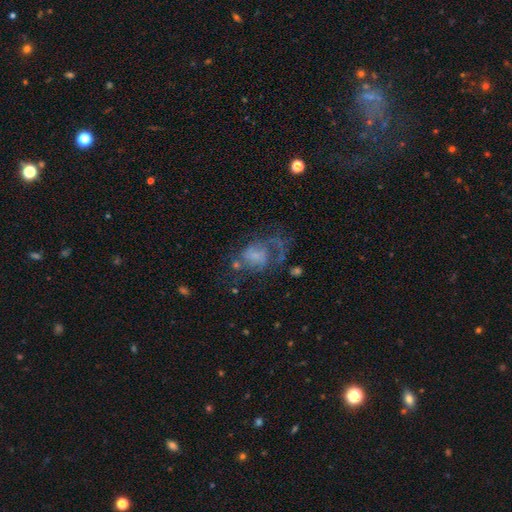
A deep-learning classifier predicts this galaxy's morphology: This appears to be a featured or disk galaxy (60%) with no bar (66%), spiral arms (63%) and a small central bulge (39%). Merging: major disturbance (46%).